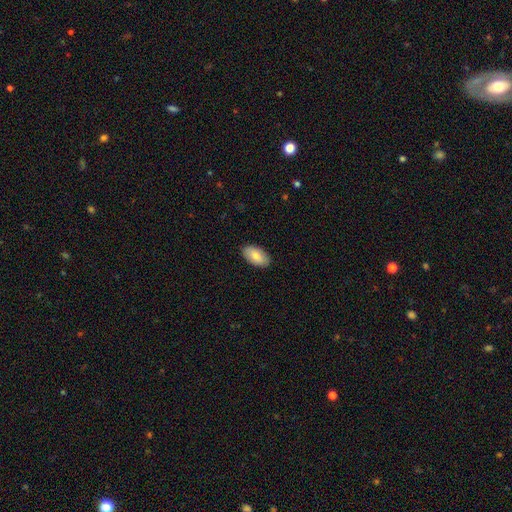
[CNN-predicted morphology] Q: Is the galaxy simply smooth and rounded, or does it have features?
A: smooth — 78%.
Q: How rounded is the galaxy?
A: in between — 95%.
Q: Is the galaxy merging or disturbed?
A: none — 88%.